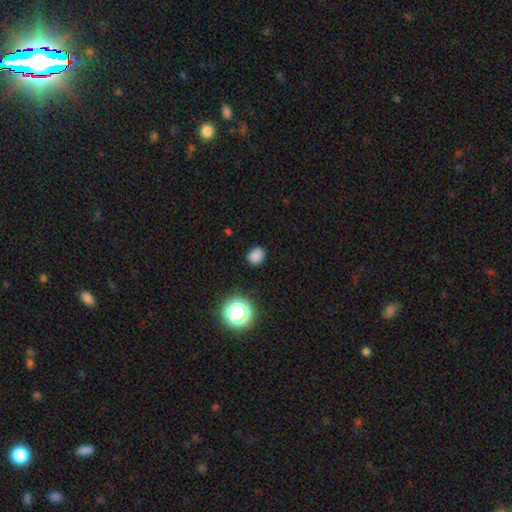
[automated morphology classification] smooth_or_featured: smooth (p=0.80) [alt: star or artifact p=0.16]
how_rounded: round (p=0.61) [alt: in between p=0.38]
merging: none (p=0.85) [alt: minor disturbance p=0.10]